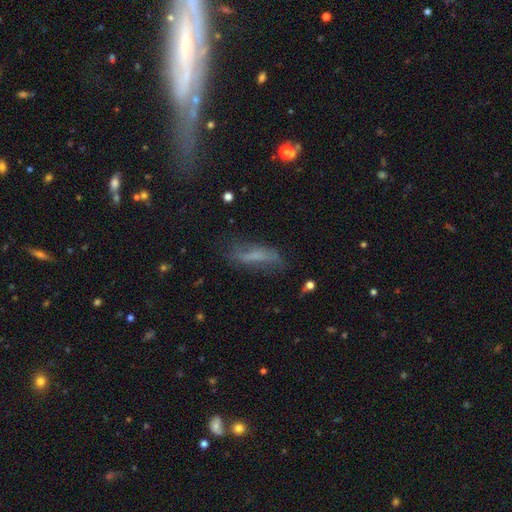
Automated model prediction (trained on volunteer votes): A smooth galaxy with no disk features (51%) that is cigar-shaped (61%).

Vote fractions:
- Smooth or featured? smooth: 51% / featured or disk: 36% / star or artifact: 13%
- How rounded? cigar-shaped: 61% / in between: 36% / round: 3%
- Merging? none: 60% / minor disturbance: 25% / major disturbance: 13% / merger: 3%